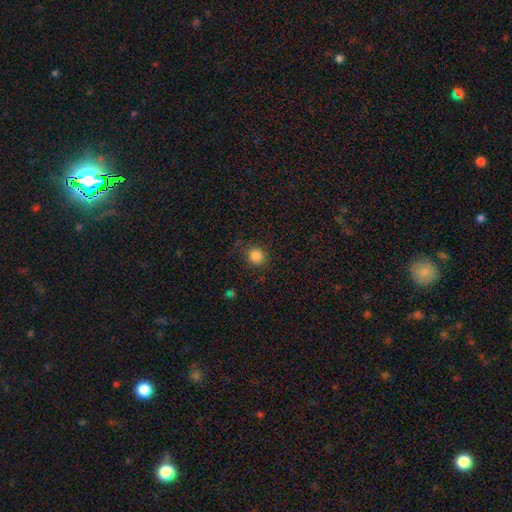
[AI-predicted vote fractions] Overall: smooth (84%). How rounded: round (92%). Merging: none (84%).